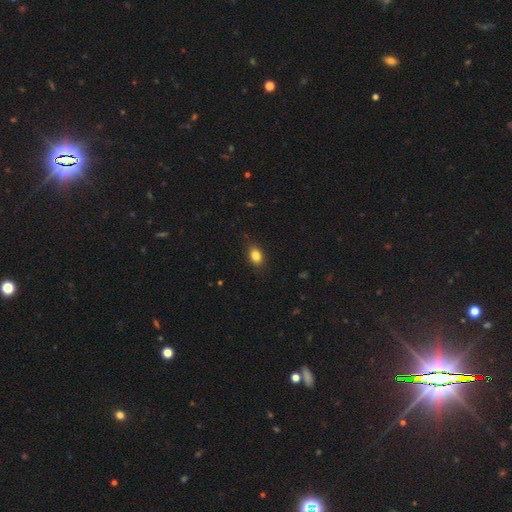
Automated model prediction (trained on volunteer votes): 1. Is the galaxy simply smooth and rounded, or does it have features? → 85% smooth, 10% star or artifact, 6% featured or disk.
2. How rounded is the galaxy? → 71% in between, 28% round, 1% cigar-shaped.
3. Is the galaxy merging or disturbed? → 84% none, 12% minor disturbance, 3% major disturbance, 1% merger.